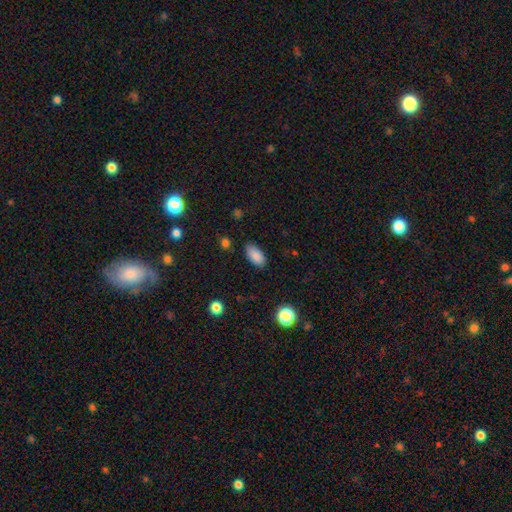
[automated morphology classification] smooth_or_featured: smooth (p=0.87) [alt: star or artifact p=0.09]
how_rounded: in between (p=0.92) [alt: cigar-shaped p=0.04]
merging: none (p=0.83) [alt: minor disturbance p=0.12]